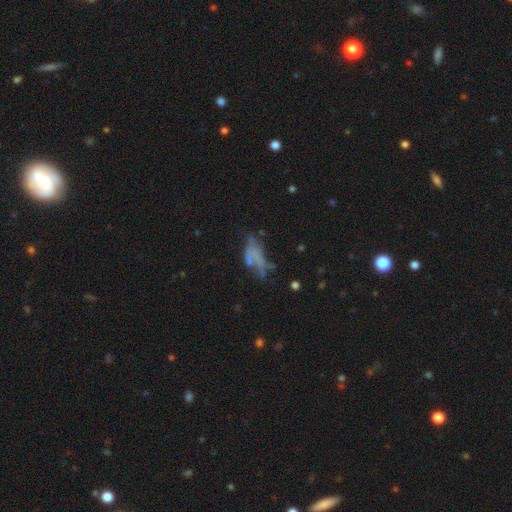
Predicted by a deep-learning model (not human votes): A featured or disk galaxy (44%). Merging: major disturbance (34%).